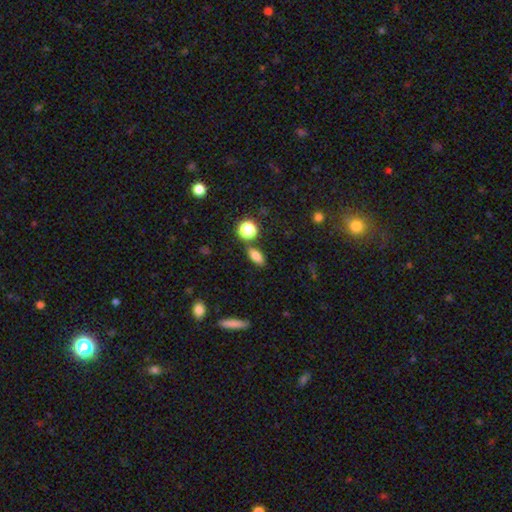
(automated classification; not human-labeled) This appears to be a smooth galaxy with no disk features (79%) that is in between round and cigar-shaped (76%). Merging: none (80%).